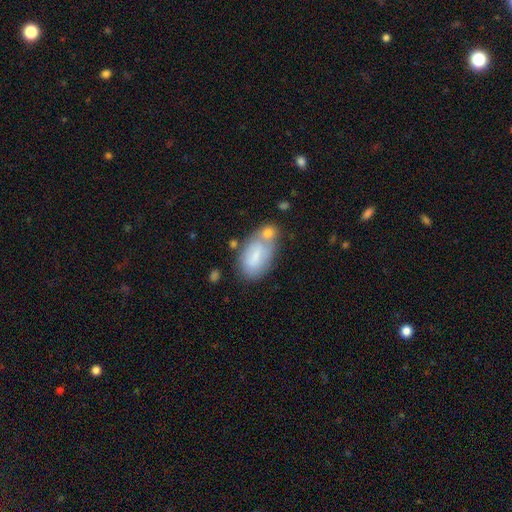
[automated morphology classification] smooth_or_featured: smooth (p=0.66) [alt: featured or disk p=0.26]
how_rounded: in between (p=0.90) [alt: round p=0.06]
merging: merger (p=0.39) [alt: none p=0.34]